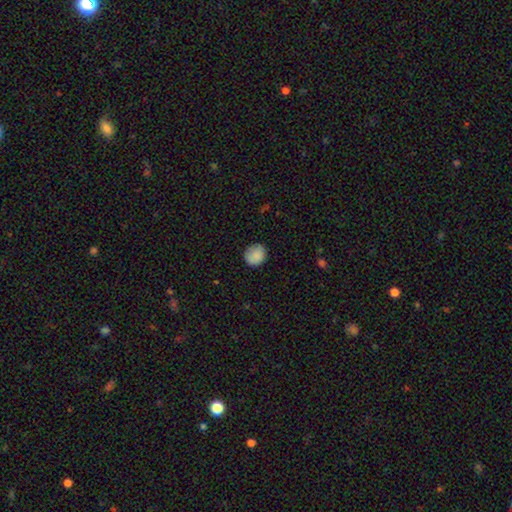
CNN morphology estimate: smooth_or_featured: smooth (p=0.86) [alt: star or artifact p=0.08]
how_rounded: round (p=0.80) [alt: in between p=0.19]
merging: none (p=0.81) [alt: minor disturbance p=0.15]